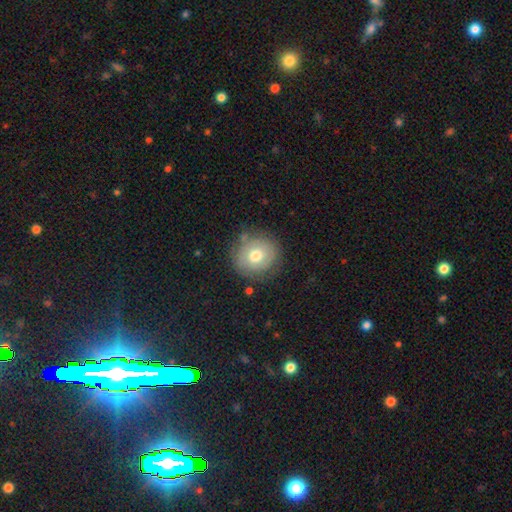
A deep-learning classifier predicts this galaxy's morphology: The model was most divided on "smooth or featured": smooth: 67%, featured or disk: 24%, star or artifact: 9%. More confident: how rounded — round (86%); merging — none (79%).